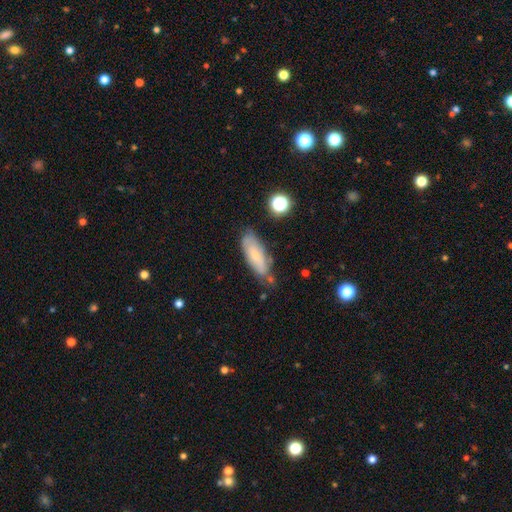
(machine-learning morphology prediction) A smooth galaxy with no disk features (56%) that is in between round and cigar-shaped (65%).

Vote fractions:
- Smooth or featured? smooth: 56% / featured or disk: 36% / star or artifact: 8%
- How rounded? in between: 65% / cigar-shaped: 33% / round: 2%
- Merging? none: 63% / minor disturbance: 25% / major disturbance: 6% / merger: 6%